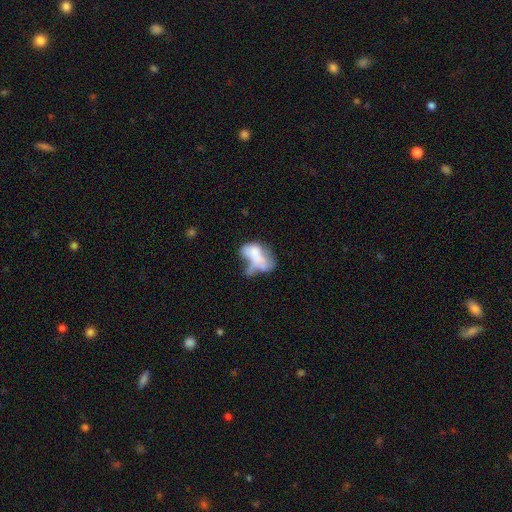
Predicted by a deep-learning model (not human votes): The model was most divided on "merging": merger: 39%, major disturbance: 32%, none: 15%, minor disturbance: 14%. More confident: how rounded — in between (88%); smooth or featured — smooth (52%).